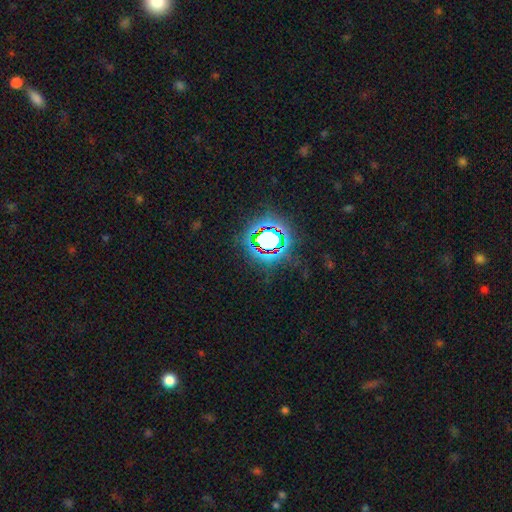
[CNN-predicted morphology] star or artifact 83%, smooth 10%, featured or disk 6%.